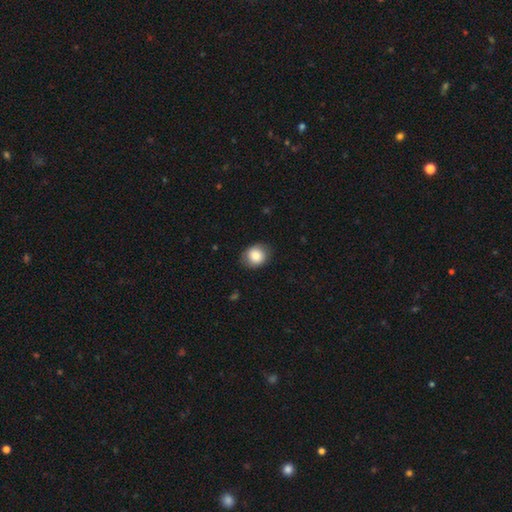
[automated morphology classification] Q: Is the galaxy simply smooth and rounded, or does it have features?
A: smooth — 84%.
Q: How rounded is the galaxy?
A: round — 65%.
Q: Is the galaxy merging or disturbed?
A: none — 82%.